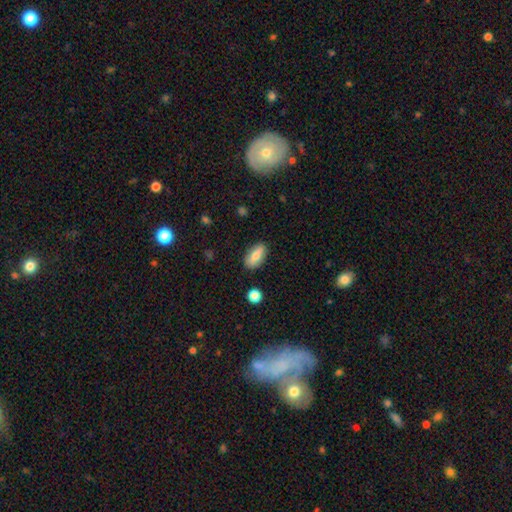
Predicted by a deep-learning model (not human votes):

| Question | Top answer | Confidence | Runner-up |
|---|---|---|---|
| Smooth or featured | smooth | 75% | featured or disk (18%) |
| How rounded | in between | 85% | cigar-shaped (11%) |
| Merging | none | 86% | minor disturbance (10%) |